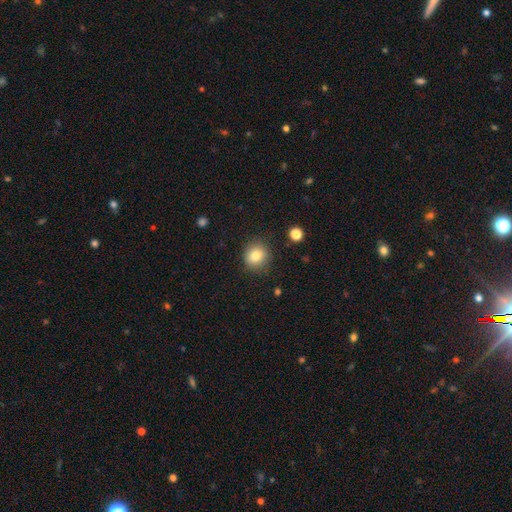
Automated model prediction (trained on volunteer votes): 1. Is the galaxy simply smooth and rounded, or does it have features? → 81% smooth, 10% star or artifact, 8% featured or disk.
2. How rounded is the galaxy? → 84% round, 15% in between, 1% cigar-shaped.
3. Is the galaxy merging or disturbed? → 87% none, 9% minor disturbance, 3% major disturbance, 1% merger.